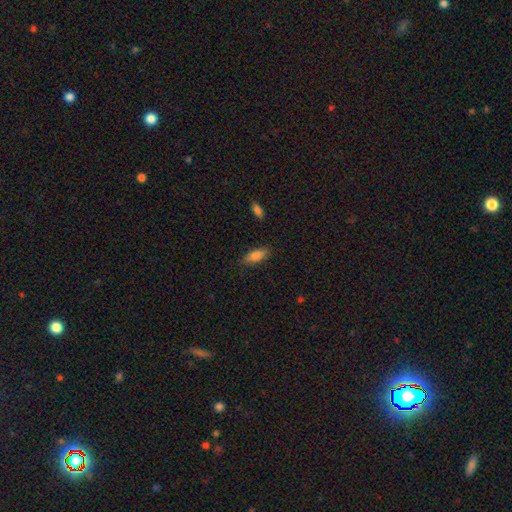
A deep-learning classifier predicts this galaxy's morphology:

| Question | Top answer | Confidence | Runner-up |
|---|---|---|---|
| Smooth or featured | smooth | 82% | featured or disk (10%) |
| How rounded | in between | 74% | cigar-shaped (24%) |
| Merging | none | 83% | minor disturbance (13%) |